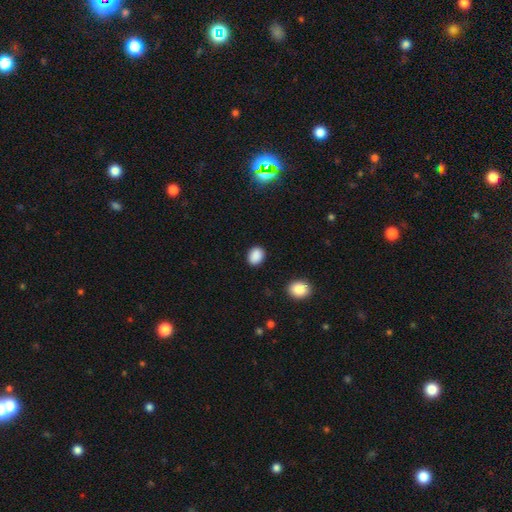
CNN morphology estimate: type=smooth (89%); roundness=in between (58%); merging=none (88%).